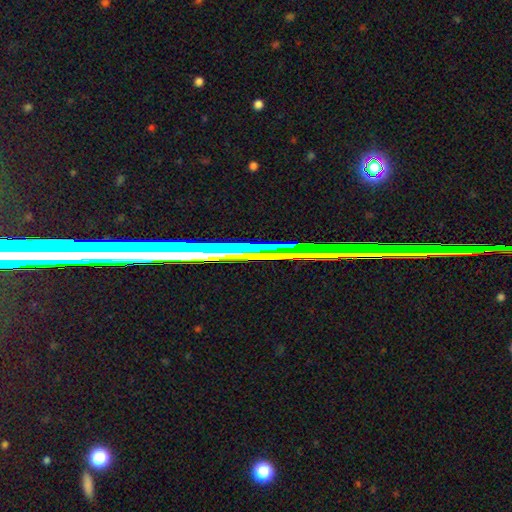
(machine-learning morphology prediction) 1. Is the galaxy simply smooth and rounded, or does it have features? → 73% star or artifact, 18% featured or disk, 9% smooth.